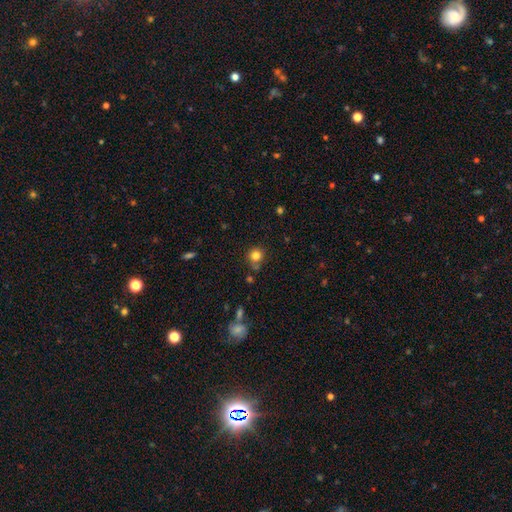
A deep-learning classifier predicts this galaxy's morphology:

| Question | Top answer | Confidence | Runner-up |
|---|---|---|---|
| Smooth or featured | smooth | 82% | star or artifact (12%) |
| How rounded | round | 89% | in between (10%) |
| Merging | none | 73% | minor disturbance (14%) |